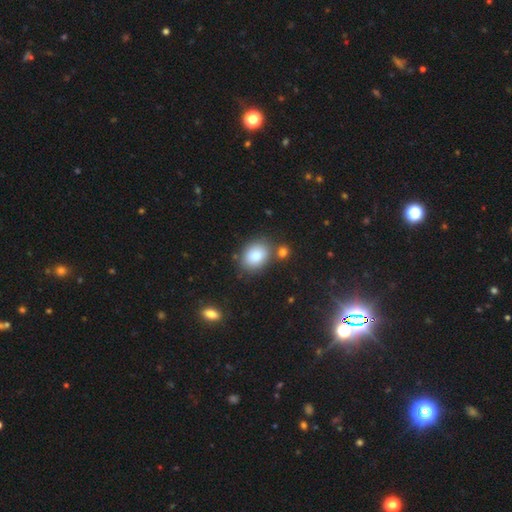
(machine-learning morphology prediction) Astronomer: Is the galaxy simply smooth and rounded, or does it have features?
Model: smooth — 85%.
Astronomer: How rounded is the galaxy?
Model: in between — 70%.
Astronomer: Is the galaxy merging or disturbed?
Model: none — 72%.